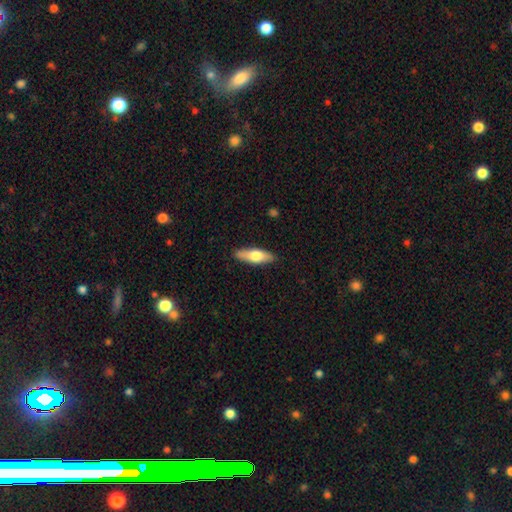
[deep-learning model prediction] smooth-or-featured: smooth: 65% | featured or disk: 30% | star or artifact: 5%
  how-rounded: in between: 53% | cigar-shaped: 45% | round: 2%
  merging: none: 87% | minor disturbance: 10% | major disturbance: 2% | merger: 1%